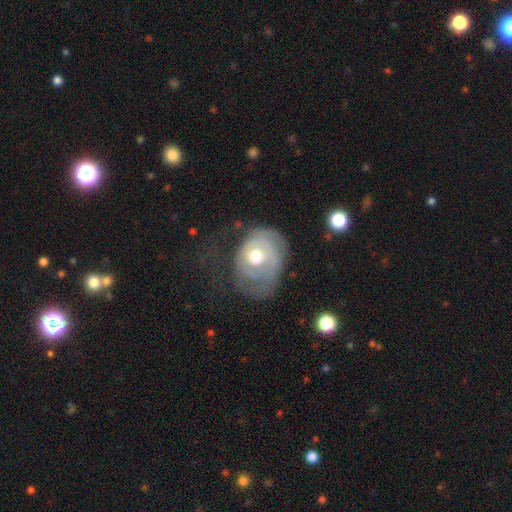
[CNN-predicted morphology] This appears to be a featured or disk galaxy (71%) with no bar (77%), tight (63%) spiral arms (76%) and a moderate central bulge (73%). Merging: none (43%).